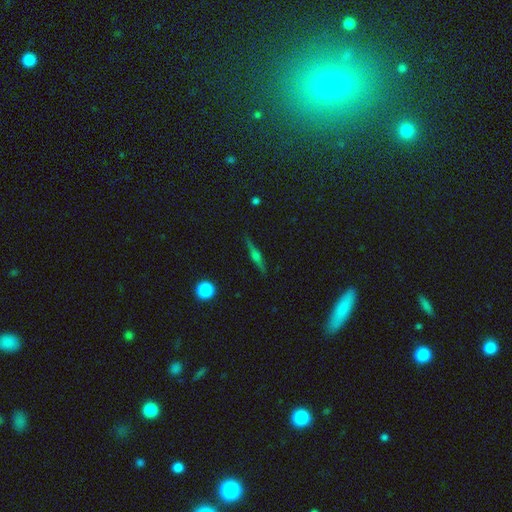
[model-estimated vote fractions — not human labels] smooth_or_featured: featured or disk (p=0.66) [alt: smooth p=0.23]
disk_edge_on: yes (p=0.96) [alt: no p=0.04]
edge_on_bulge: rounded (p=0.78) [alt: boxy p=0.15]
merging: none (p=0.87) [alt: minor disturbance p=0.10]